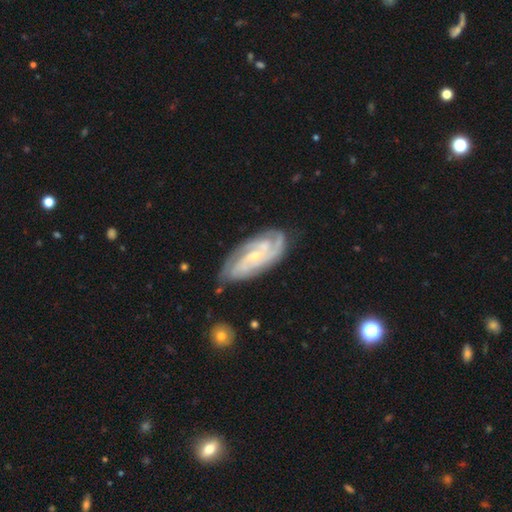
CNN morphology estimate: Smooth or featured?
  - featured or disk: 87% *
  - smooth: 8%
  - star or artifact: 5%
Edge-on disk?
  - no: 94% *
  - yes: 6%
Bar?
  - no: 56% *
  - weak: 33%
  - strong: 11%
Spiral arms?
  - yes: 97% *
  - no: 3%
Spiral winding?
  - tight: 62% *
  - medium: 32%
  - loose: 6%
Spiral arm count?
  - 3: 35% *
  - 2: 20%
  - 4: 18%
  - can't tell: 17%
  - more than 4: 5%
  - 1: 5%
Bulge size?
  - small: 68% *
  - moderate: 28%
  - none: 2%
  - large: 1%
  - dominant: 1%
Merging?
  - none: 76% *
  - minor disturbance: 17%
  - major disturbance: 4%
  - merger: 2%